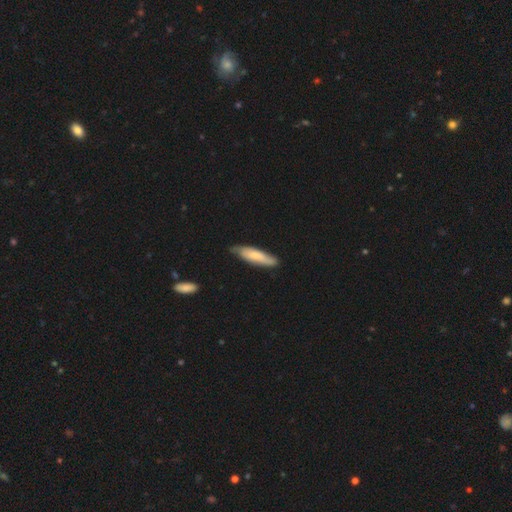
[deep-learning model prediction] smooth_or_featured: smooth (p=0.71) [alt: featured or disk p=0.24]
how_rounded: cigar-shaped (p=0.67) [alt: in between p=0.31]
merging: none (p=0.72) [alt: minor disturbance p=0.23]